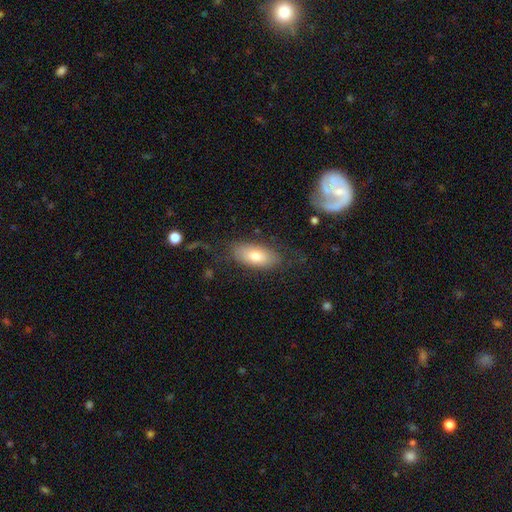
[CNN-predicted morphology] Smooth or featured: smooth — 72% (featured or disk — 21%)
How rounded: in between — 89% (cigar-shaped — 8%)
Merging: none — 74% (minor disturbance — 17%)